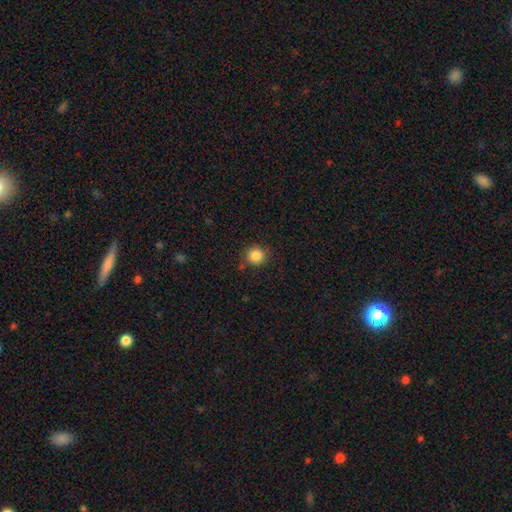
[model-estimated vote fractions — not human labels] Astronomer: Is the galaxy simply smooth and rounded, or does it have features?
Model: smooth — 85%.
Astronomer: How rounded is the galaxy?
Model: round — 92%.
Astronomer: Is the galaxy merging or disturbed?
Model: none — 83%.